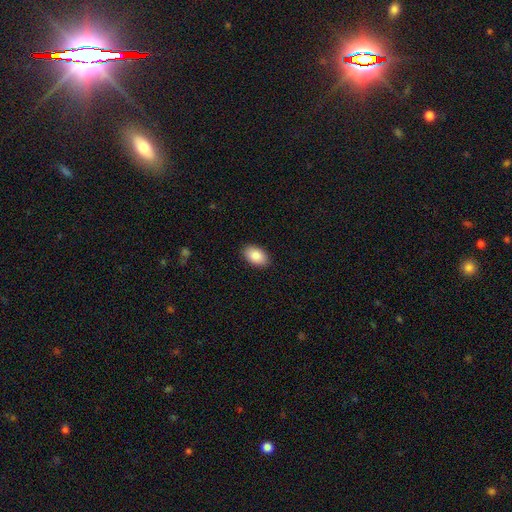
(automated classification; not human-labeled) A smooth galaxy with no disk features (88%) that is in between round and cigar-shaped (92%). Merging: none (89%).